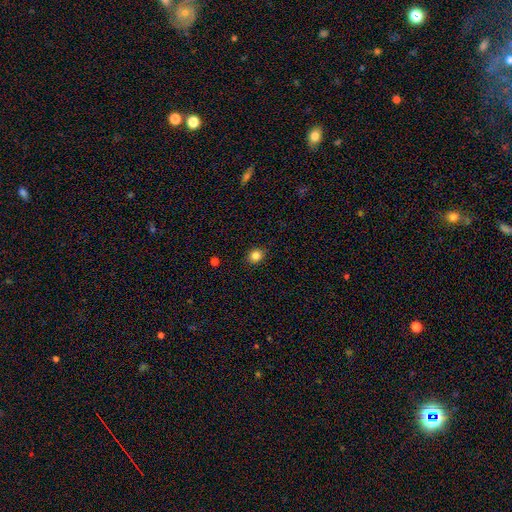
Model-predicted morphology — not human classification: smooth 84%, star or artifact 11%, featured or disk 5%. Down the decision tree: how rounded — round (74%); merging — none (89%).